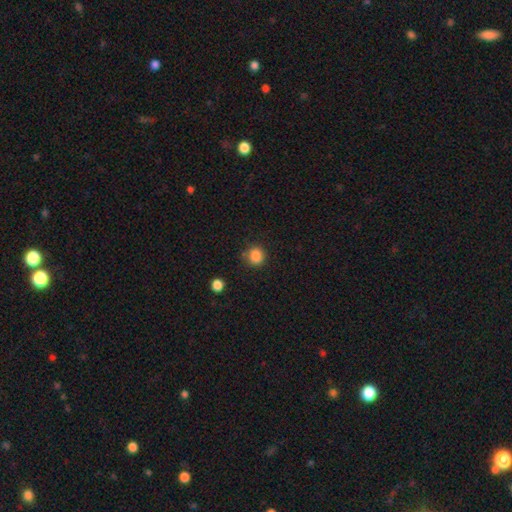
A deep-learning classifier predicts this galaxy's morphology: Q: Smooth or featured?
A: smooth (86%); runner-up: star or artifact (11%)
Q: How rounded?
A: round (85%); runner-up: in between (14%)
Q: Merging?
A: none (83%); runner-up: minor disturbance (11%)